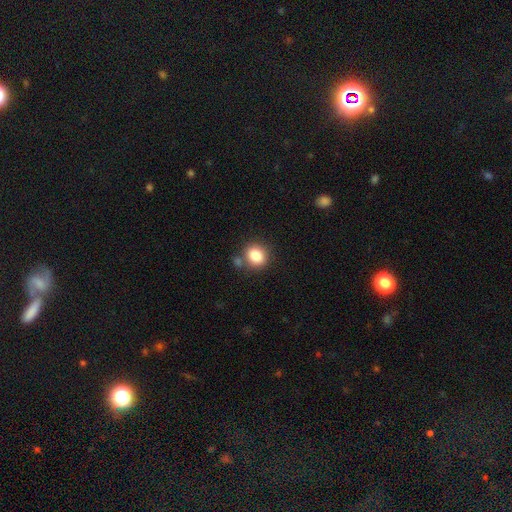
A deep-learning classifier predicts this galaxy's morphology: A smooth galaxy with no disk features (84%) that is round (68%).

Vote fractions:
- Smooth or featured? smooth: 84% / star or artifact: 10% / featured or disk: 6%
- How rounded? round: 68% / in between: 31% / cigar-shaped: 1%
- Merging? none: 71% / minor disturbance: 13% / merger: 12% / major disturbance: 4%